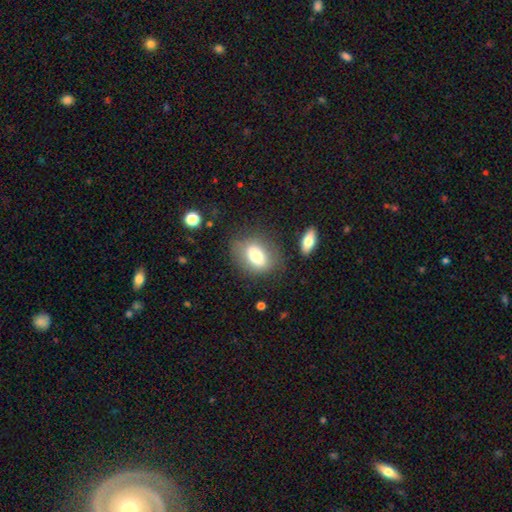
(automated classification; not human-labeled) Smooth or featured?
  - smooth: 71% *
  - featured or disk: 20%
  - star or artifact: 9%
How rounded?
  - in between: 78% *
  - round: 19%
  - cigar-shaped: 3%
Merging?
  - none: 73% *
  - minor disturbance: 16%
  - major disturbance: 6%
  - merger: 5%